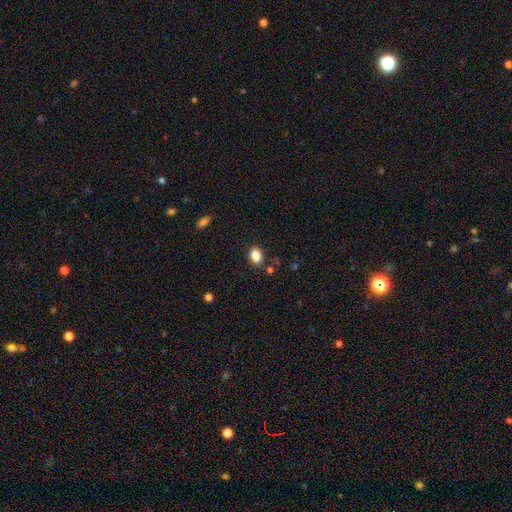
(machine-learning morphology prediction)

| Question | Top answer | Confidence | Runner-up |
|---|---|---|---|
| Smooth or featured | smooth | 86% | star or artifact (9%) |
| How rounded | in between | 77% | round (22%) |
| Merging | none | 83% | minor disturbance (11%) |